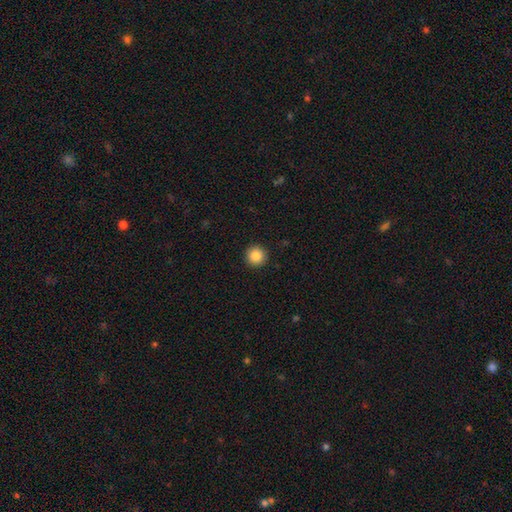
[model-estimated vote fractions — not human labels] Overall: smooth (86%). How rounded: round (95%). Merging: none (93%).